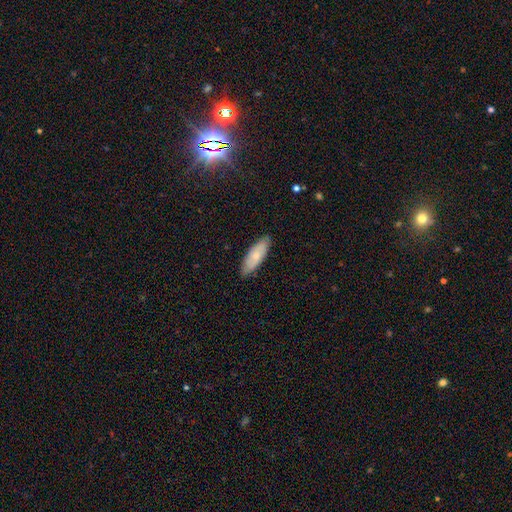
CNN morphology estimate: Q: Smooth or featured?
A: smooth (66%); runner-up: featured or disk (28%)
Q: How rounded?
A: in between (61%); runner-up: cigar-shaped (37%)
Q: Merging?
A: none (84%); runner-up: minor disturbance (13%)